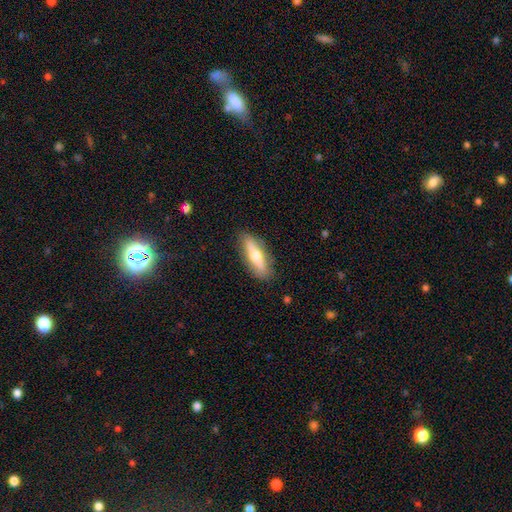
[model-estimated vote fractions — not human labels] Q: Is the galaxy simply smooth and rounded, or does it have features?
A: smooth — 54%.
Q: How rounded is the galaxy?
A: cigar-shaped — 53%.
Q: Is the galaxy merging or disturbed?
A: none — 85%.